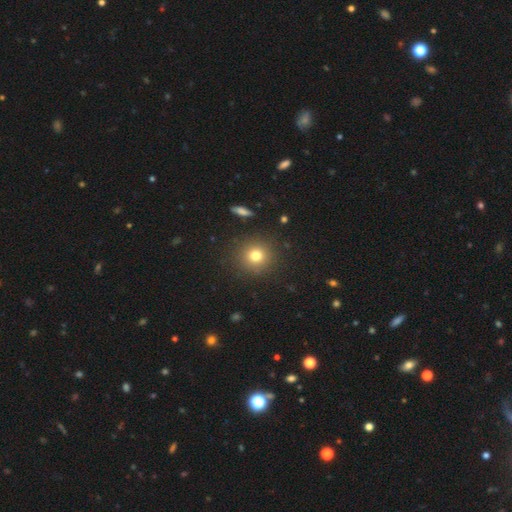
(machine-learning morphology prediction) Smooth or featured: smooth — 77% (star or artifact — 14%)
How rounded: round — 92% (in between — 7%)
Merging: none — 89% (minor disturbance — 7%)